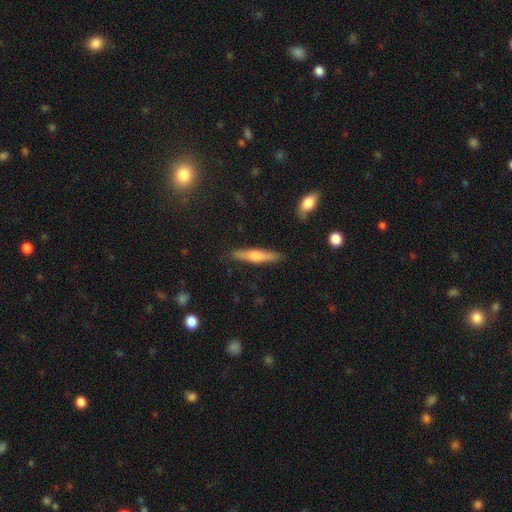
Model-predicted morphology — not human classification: A featured or disk galaxy (48%).

Vote fractions:
- Smooth or featured? featured or disk: 48% / smooth: 46% / star or artifact: 6%
- Merging? none: 88% / minor disturbance: 9% / major disturbance: 2% / merger: 1%